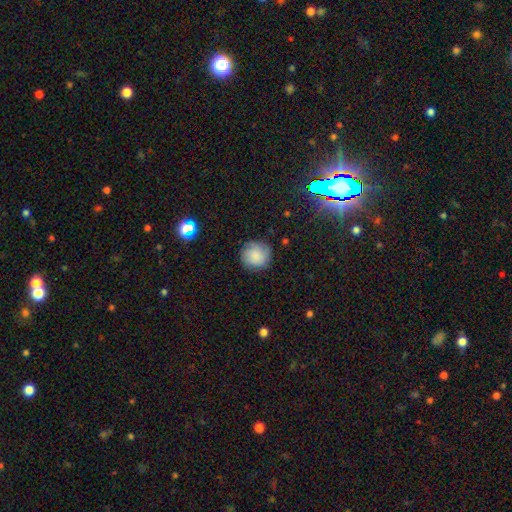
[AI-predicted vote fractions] smooth_or_featured: smooth (p=0.78) [alt: featured or disk p=0.13]
how_rounded: round (p=0.92) [alt: in between p=0.07]
merging: none (p=0.82) [alt: minor disturbance p=0.13]